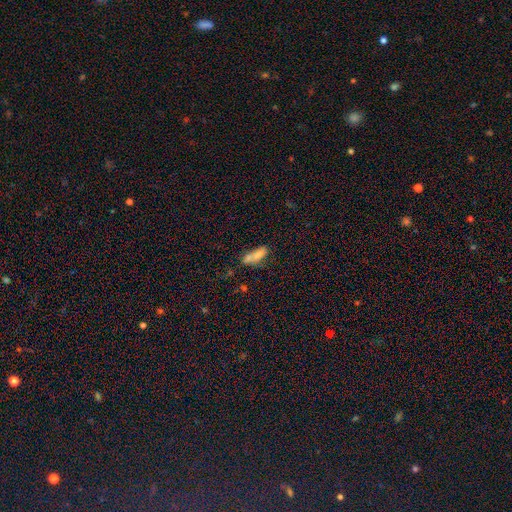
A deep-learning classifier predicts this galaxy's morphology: A smooth galaxy with no disk features (71%) that is in between round and cigar-shaped (63%).

Vote fractions:
- Smooth or featured? smooth: 71% / featured or disk: 17% / star or artifact: 11%
- How rounded? in between: 63% / cigar-shaped: 32% / round: 5%
- Merging? merger: 41% / none: 35% / minor disturbance: 16% / major disturbance: 9%